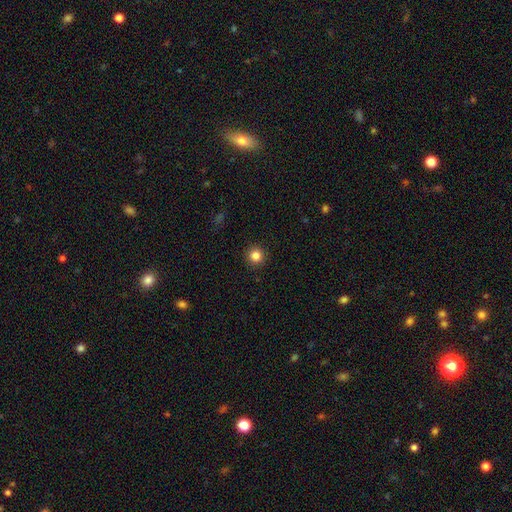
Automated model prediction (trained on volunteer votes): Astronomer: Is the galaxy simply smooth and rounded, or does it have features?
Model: smooth — 84%.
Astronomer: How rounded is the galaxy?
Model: round — 95%.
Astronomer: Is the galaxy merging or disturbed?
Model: none — 92%.